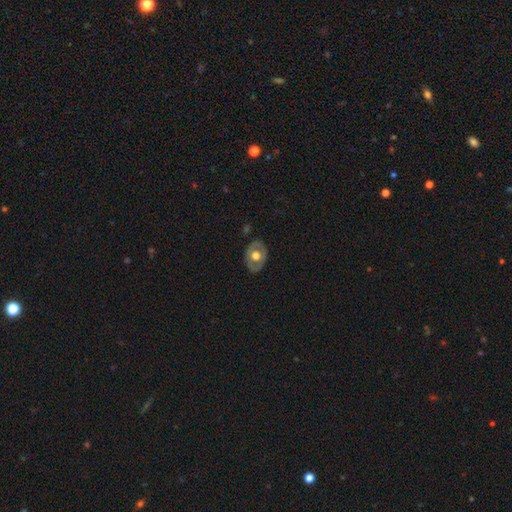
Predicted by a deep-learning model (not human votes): smooth-or-featured: featured or disk: 51% | smooth: 43% | star or artifact: 5%
  disk-edge-on: no: 91% | yes: 9%
  merging: none: 81% | minor disturbance: 14% | major disturbance: 4% | merger: 1%